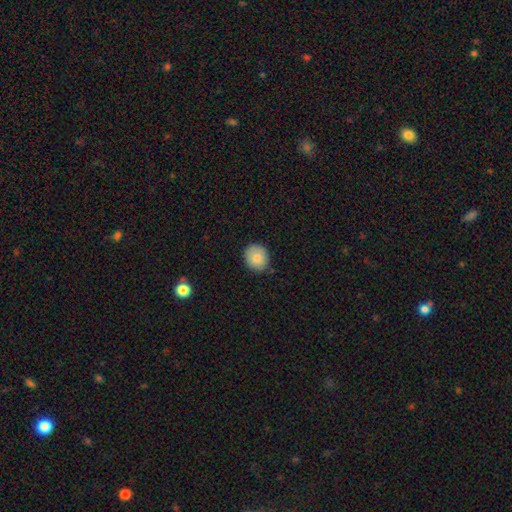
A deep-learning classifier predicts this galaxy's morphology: Smooth or featured? smooth (83%)
How rounded? round (80%)
Merging? none (85%)